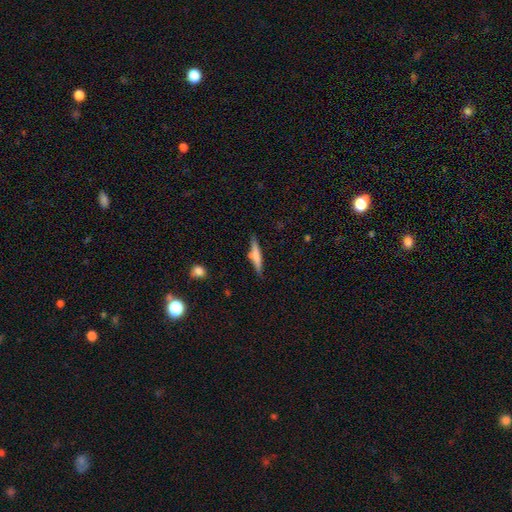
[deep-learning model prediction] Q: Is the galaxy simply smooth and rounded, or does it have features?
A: smooth — 57%.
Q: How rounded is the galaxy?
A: cigar-shaped — 90%.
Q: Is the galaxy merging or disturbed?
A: none — 77%.